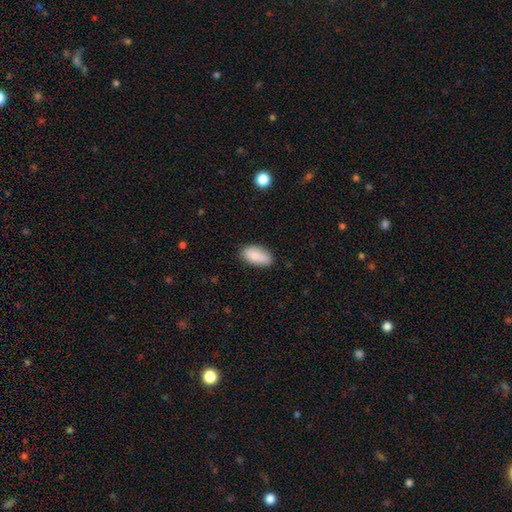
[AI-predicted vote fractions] smooth 88%, star or artifact 6%, featured or disk 6%. Down the decision tree: how rounded — in between (92%); merging — none (82%).